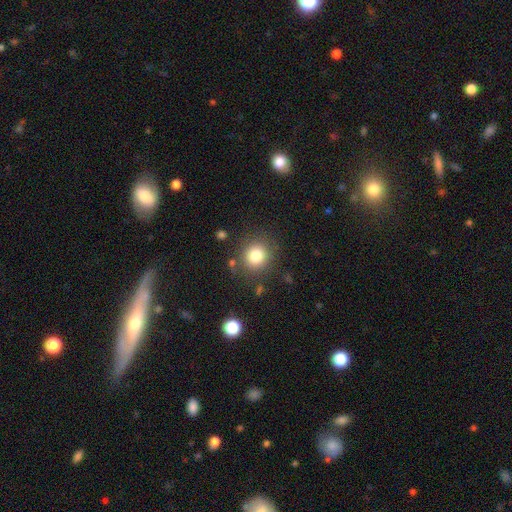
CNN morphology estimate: type=smooth (81%); roundness=round (89%); merging=none (84%).